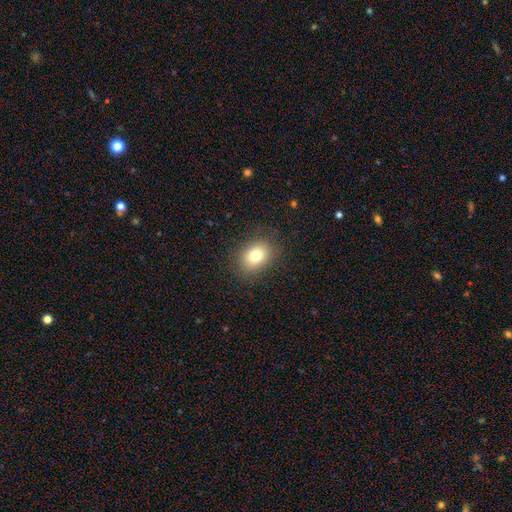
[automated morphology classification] A smooth galaxy with no disk features (79%) that is in between round and cigar-shaped (58%). Merging: none (86%).